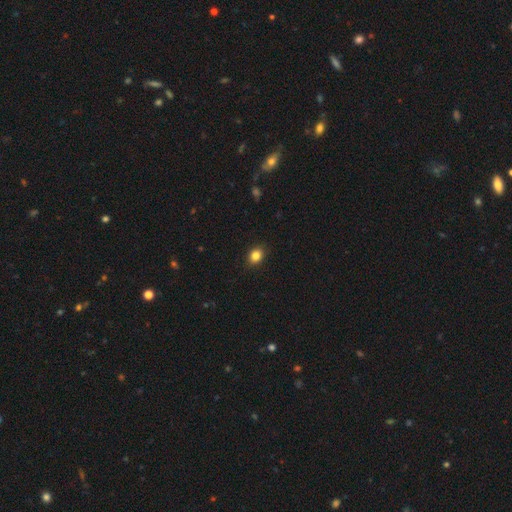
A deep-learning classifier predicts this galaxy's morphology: This appears to be a smooth galaxy with no disk features (84%) that is in between round and cigar-shaped (55%). Merging: none (90%).